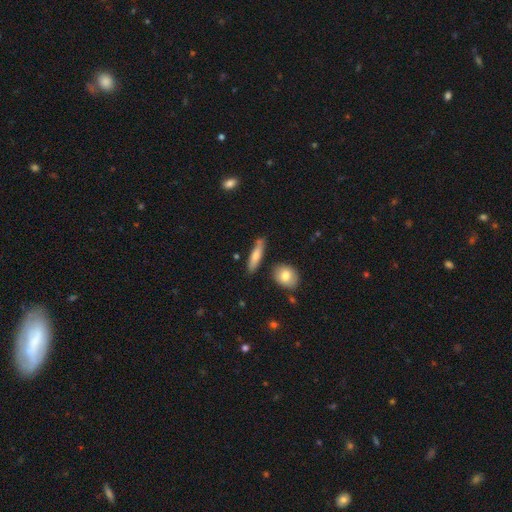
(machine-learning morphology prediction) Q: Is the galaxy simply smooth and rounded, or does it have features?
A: smooth — 66%.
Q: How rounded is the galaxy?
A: cigar-shaped — 75%.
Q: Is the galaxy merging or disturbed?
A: none — 79%.